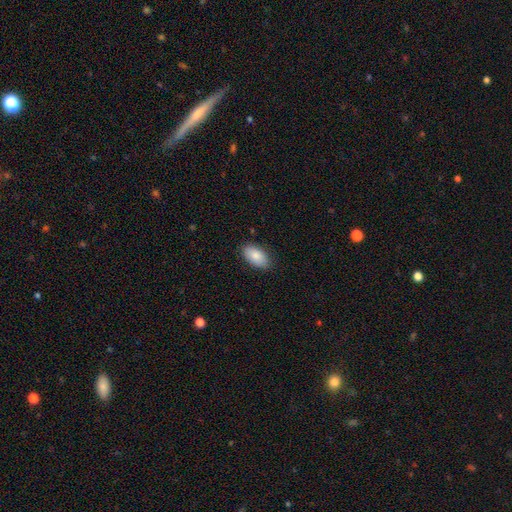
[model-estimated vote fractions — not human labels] Smooth or featured: smooth — 85% (featured or disk — 9%)
How rounded: in between — 94% (round — 4%)
Merging: none — 86% (minor disturbance — 11%)